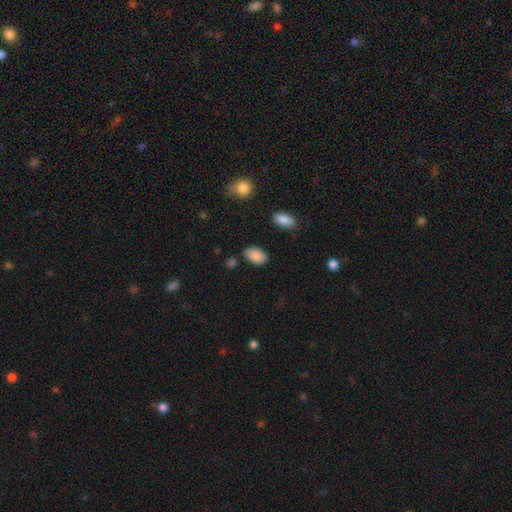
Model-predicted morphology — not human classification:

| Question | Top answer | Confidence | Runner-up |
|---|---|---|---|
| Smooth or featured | smooth | 87% | star or artifact (7%) |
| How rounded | in between | 93% | round (6%) |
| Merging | none | 80% | minor disturbance (14%) |